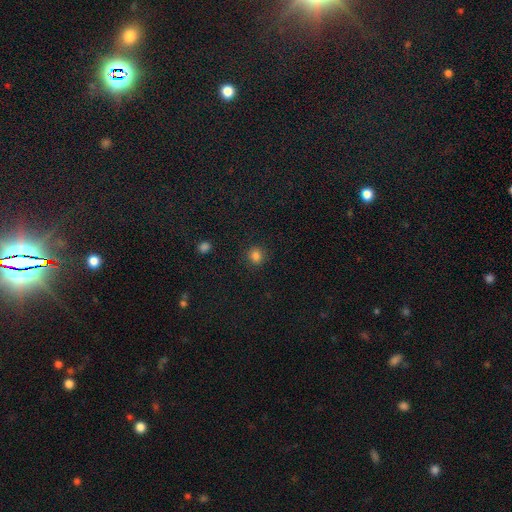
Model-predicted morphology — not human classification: type=smooth (82%); roundness=round (84%); merging=none (88%).